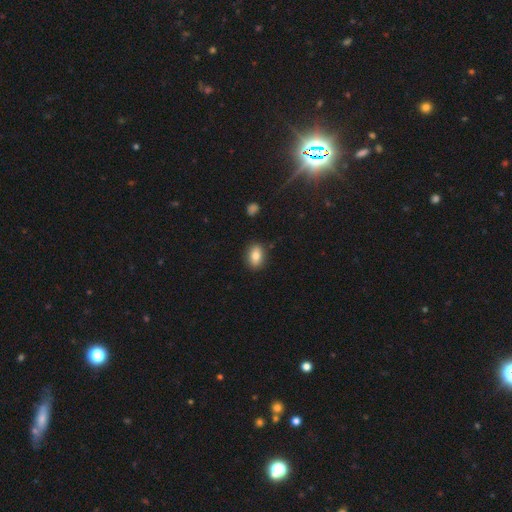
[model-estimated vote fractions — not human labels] Morphology: type=smooth (81%); roundness=in between (81%); merging=none (85%).